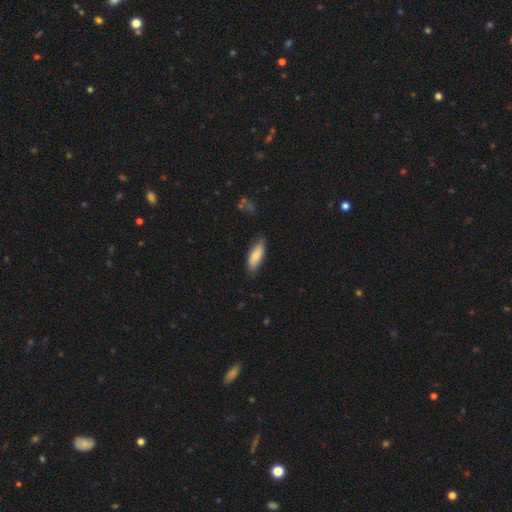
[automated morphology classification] Overall: smooth (79%). How rounded: in between (69%; cigar-shaped 29%). Merging: none (72%).